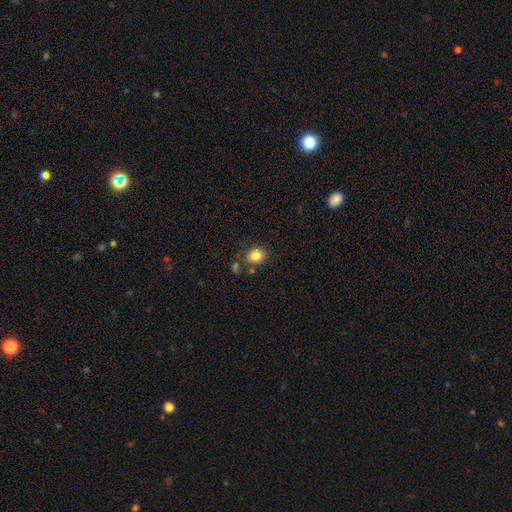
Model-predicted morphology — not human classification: This is clearly a smooth galaxy (84%). How rounded: likely round (70%). Merging: likely none (76%).